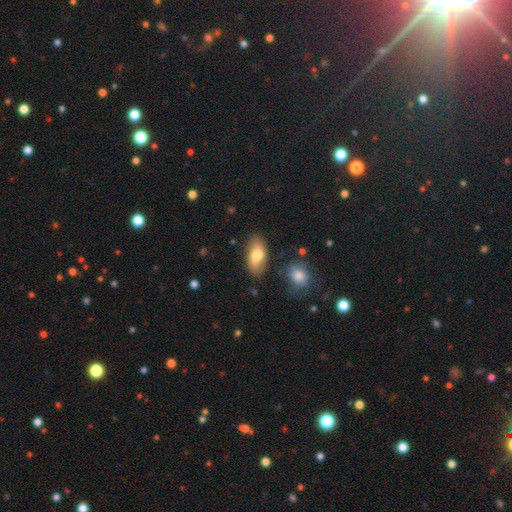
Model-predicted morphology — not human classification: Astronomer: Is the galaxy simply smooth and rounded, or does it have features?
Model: smooth — 73%.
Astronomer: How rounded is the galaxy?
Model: in between — 89%.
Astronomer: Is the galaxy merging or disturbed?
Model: none — 76%.